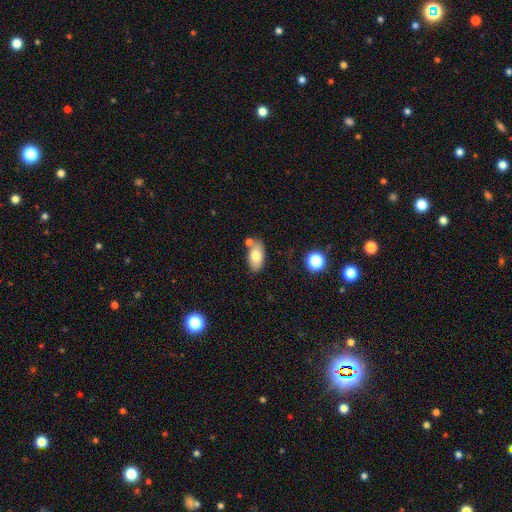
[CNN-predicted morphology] type=smooth (76%); roundness=in between (92%); merging=none (68%).